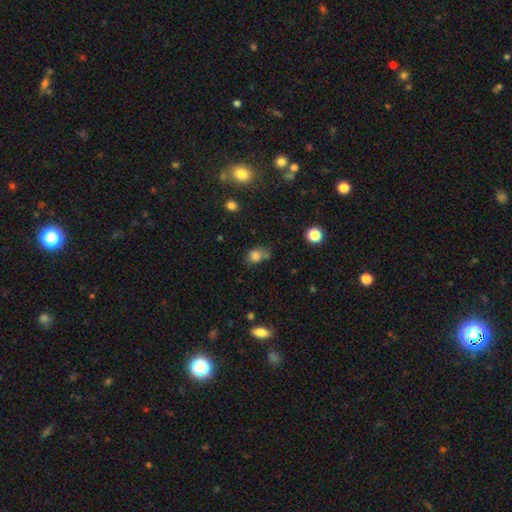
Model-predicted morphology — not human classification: The model was most divided on "how rounded": in between: 50%, round: 48%, cigar-shaped: 2%. Remaining: smooth or featured — smooth (79%); merging — none (49%).